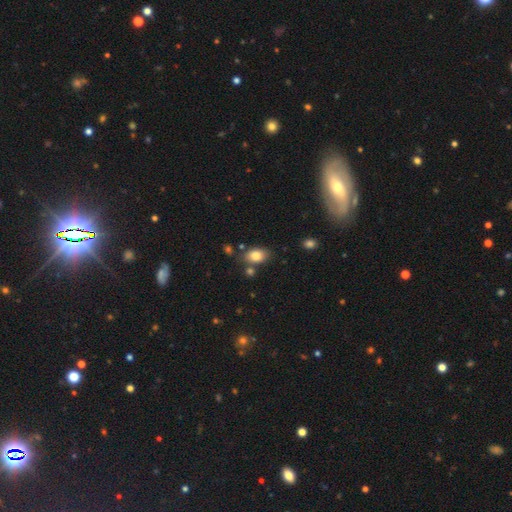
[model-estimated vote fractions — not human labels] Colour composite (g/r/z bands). It shows a smooth galaxy with no disk features (82%) that is in between round and cigar-shaped (85%). Merging: none (72%).